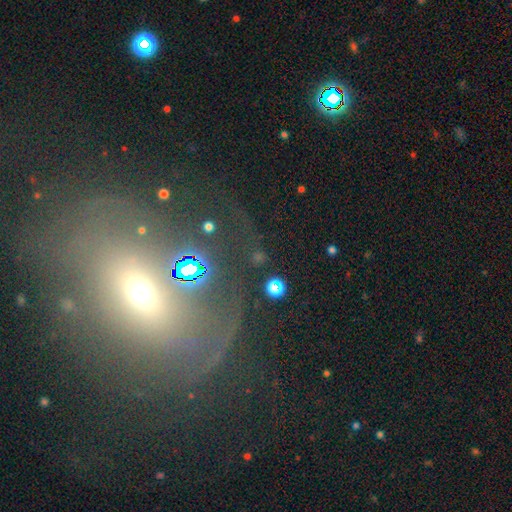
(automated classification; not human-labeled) Smooth or featured? Predicted: star or artifact (p=0.53).